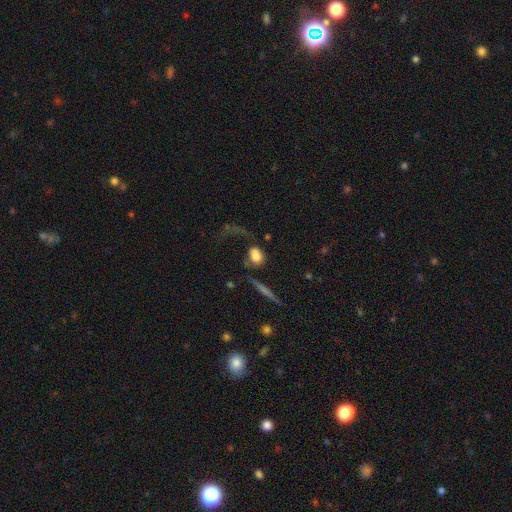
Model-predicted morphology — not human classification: This appears to be a smooth galaxy with no disk features (71%) that is in between round and cigar-shaped (68%). Merging: none (36%).